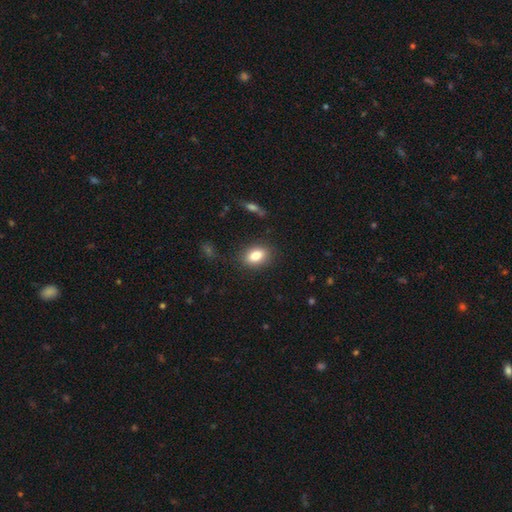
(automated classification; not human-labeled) This is clearly a smooth galaxy (82%). How rounded: clearly in between (81%). Merging: clearly none (85%).